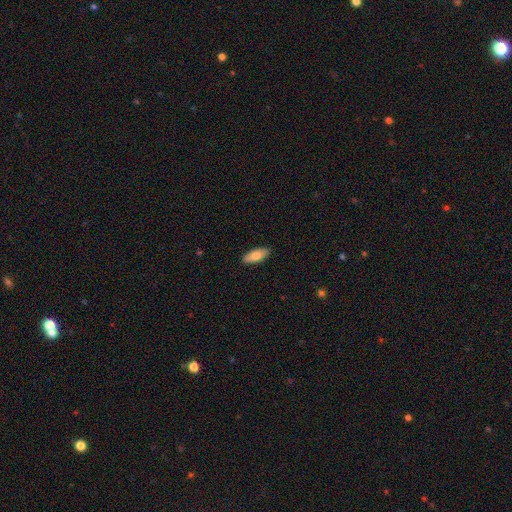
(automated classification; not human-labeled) Overall: smooth (82%). How rounded: in between (83%). Merging: none (88%).